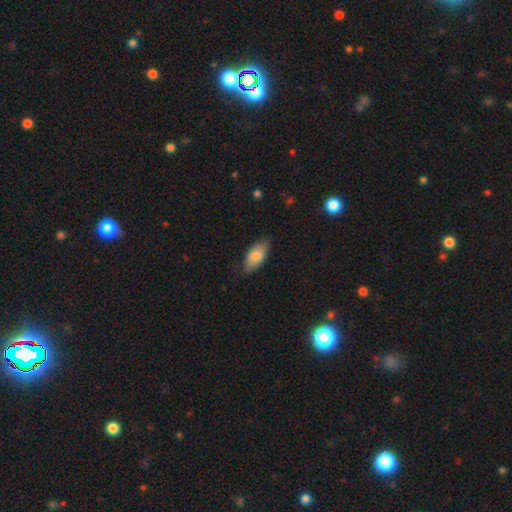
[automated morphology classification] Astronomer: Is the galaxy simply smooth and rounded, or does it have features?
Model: smooth — 78%.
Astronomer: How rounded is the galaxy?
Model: in between — 89%.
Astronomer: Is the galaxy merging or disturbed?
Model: none — 80%.